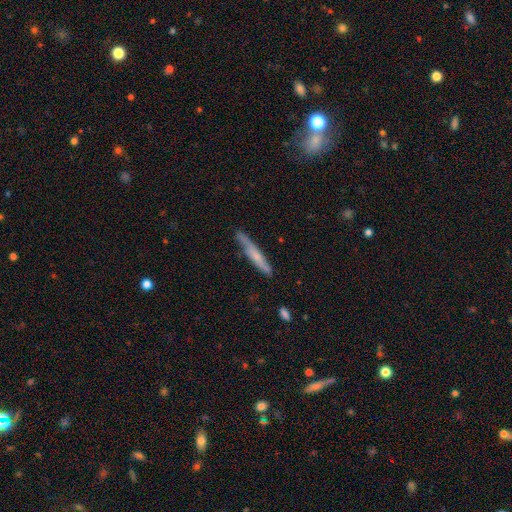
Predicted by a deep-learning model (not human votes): The model was most divided on "smooth or featured": smooth: 51%, featured or disk: 43%, star or artifact: 6%. More confident: how rounded — cigar-shaped (94%); merging — none (76%).